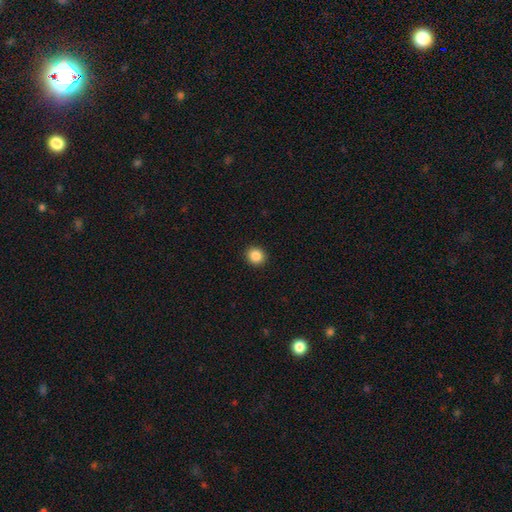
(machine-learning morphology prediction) type=smooth (87%); roundness=round (80%); merging=none (92%).